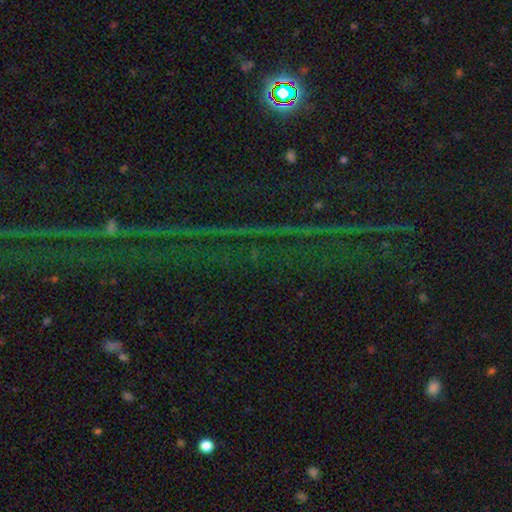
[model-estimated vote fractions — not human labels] This appears to be a star or artifact, not a galaxy (85%).